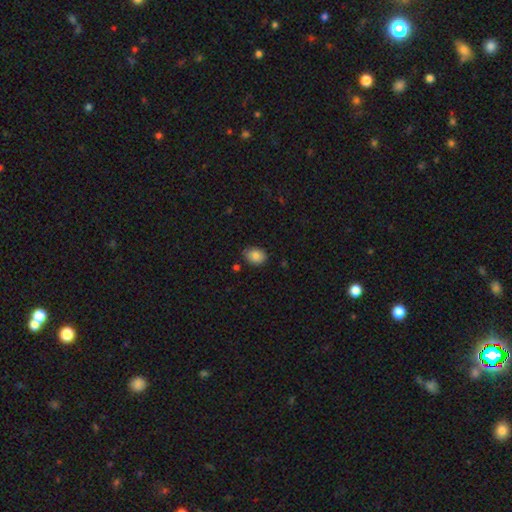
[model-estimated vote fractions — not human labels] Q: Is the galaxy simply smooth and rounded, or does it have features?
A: smooth — 85%.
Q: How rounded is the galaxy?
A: in between — 64%.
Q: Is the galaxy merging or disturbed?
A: none — 81%.